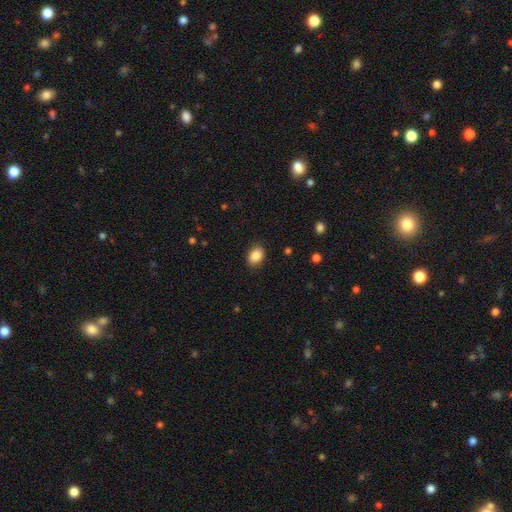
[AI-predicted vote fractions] Smooth or featured: smooth — 88% (star or artifact — 8%)
How rounded: in between — 72% (round — 27%)
Merging: none — 88% (minor disturbance — 9%)